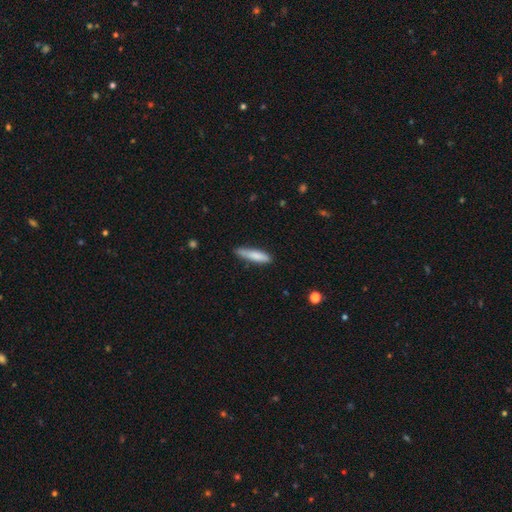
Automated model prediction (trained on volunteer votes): A smooth galaxy with no disk features (81%) that is cigar-shaped (80%). Merging: none (76%).